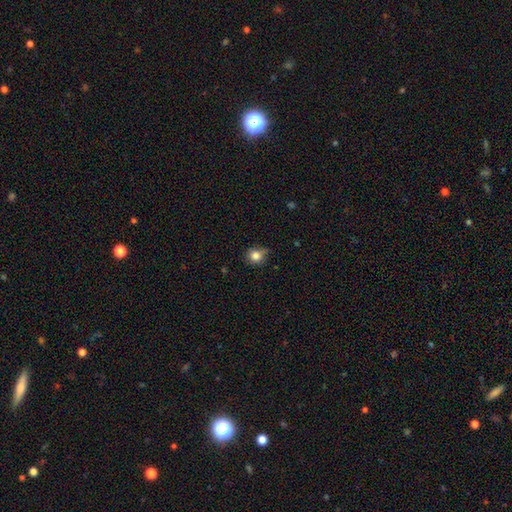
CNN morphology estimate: smooth 83%, star or artifact 11%, featured or disk 6%. Down the decision tree: how rounded — round (85%); merging — none (68%).